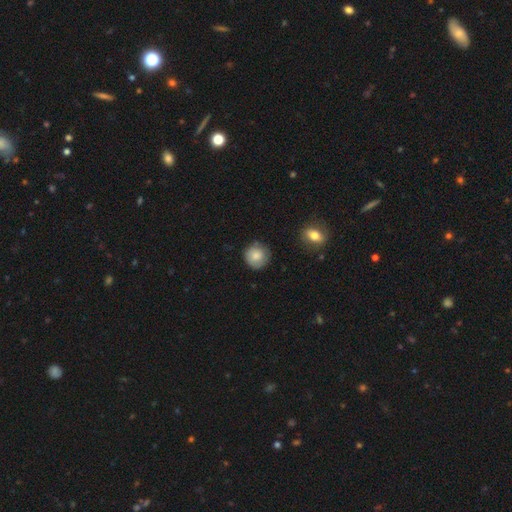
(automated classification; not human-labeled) Morphology: type=smooth (79%); roundness=round (92%); merging=none (77%).